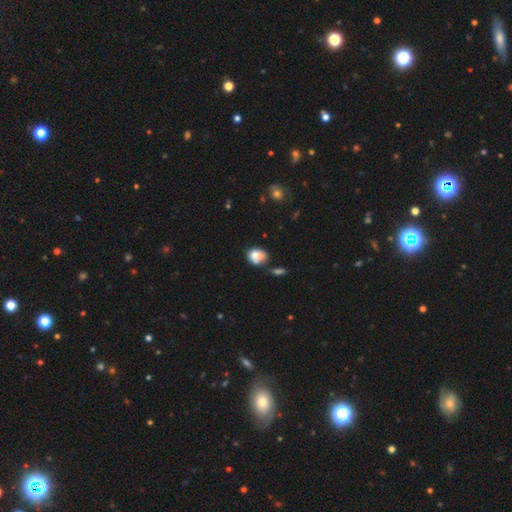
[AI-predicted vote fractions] The model was most divided on "merging": none: 35%, merger: 31%, minor disturbance: 24%, major disturbance: 11%. More confident: smooth or featured — smooth (74%); how rounded — in between (54%).